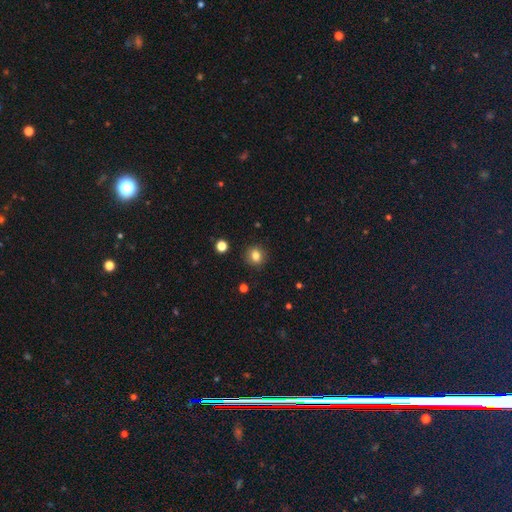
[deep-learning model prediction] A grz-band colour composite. It shows a smooth galaxy with no disk features (81%) that is round (79%). Merging: none (89%).